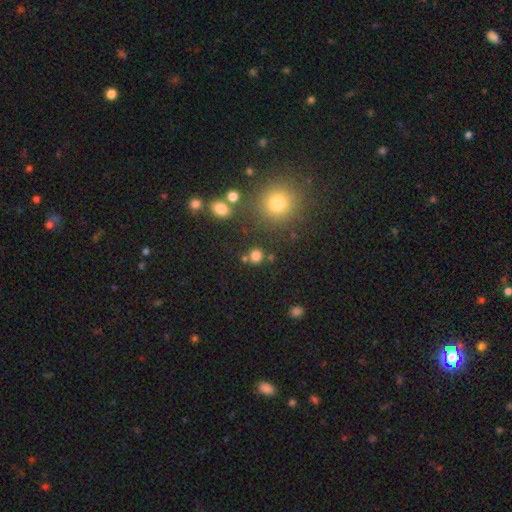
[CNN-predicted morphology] type=smooth (78%); roundness=round (89%); merging=none (78%).